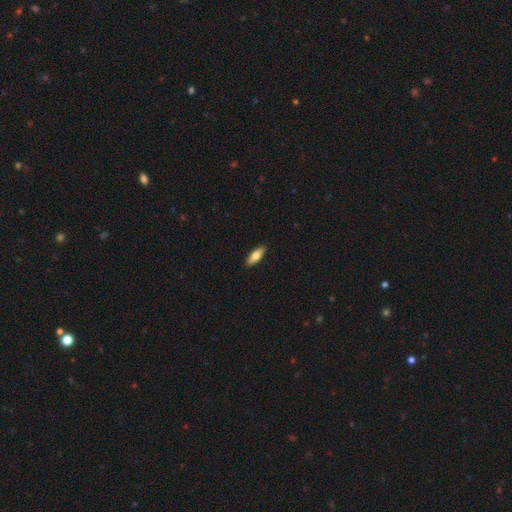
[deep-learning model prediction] smooth 74%, featured or disk 20%, star or artifact 6%. Down the decision tree: how rounded — in between (63%); merging — none (90%).